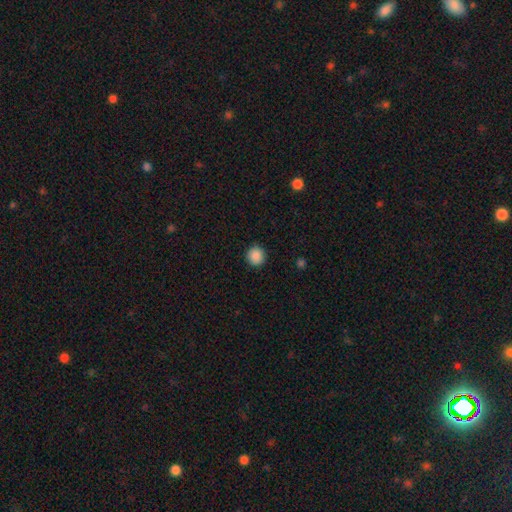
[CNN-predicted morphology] Smooth or featured: smooth — 88% (star or artifact — 9%)
How rounded: round — 93% (in between — 6%)
Merging: none — 92% (minor disturbance — 5%)